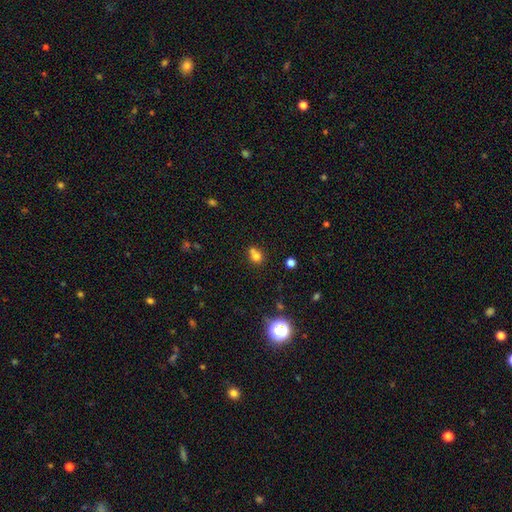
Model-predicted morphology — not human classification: smooth 73%, star or artifact 16%, featured or disk 11%. Down the decision tree: how rounded — round (61%); merging — none (43%).